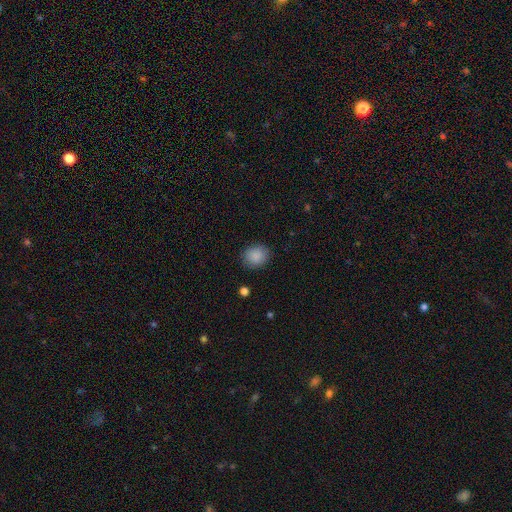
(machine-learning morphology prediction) Smooth or featured? Predicted: smooth (p=0.88). How rounded? Predicted: round (p=0.69). Merging? Predicted: none (p=0.87).